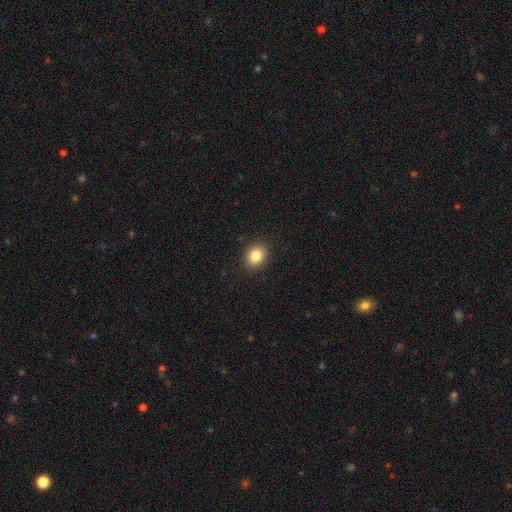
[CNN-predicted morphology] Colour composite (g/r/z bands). It shows a smooth galaxy with no disk features (84%) that is round (53%). Merging: none (89%).